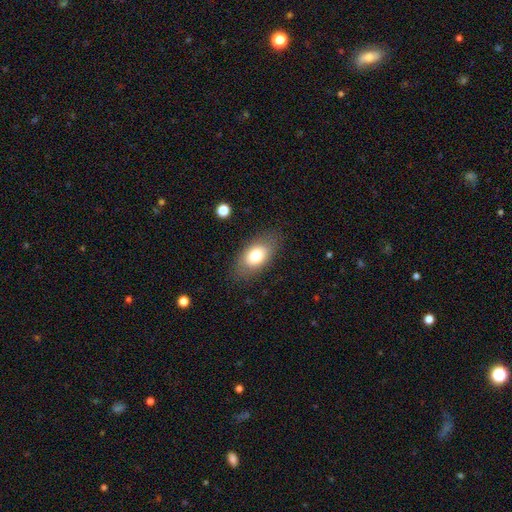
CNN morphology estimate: Smooth or featured: smooth — 74% (featured or disk — 19%)
How rounded: in between — 89% (round — 8%)
Merging: none — 81% (minor disturbance — 13%)